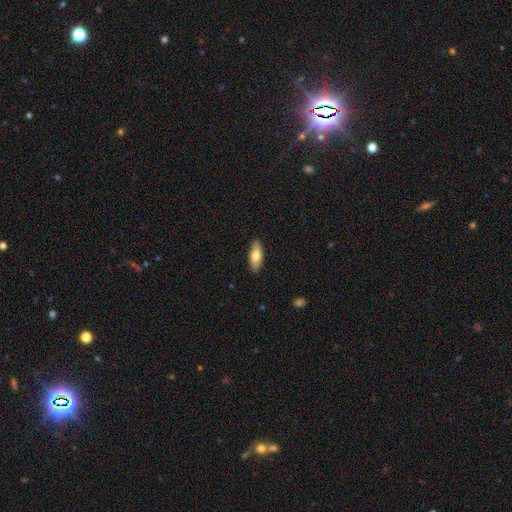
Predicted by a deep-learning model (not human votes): smooth 72%, featured or disk 22%, star or artifact 6%. Down the decision tree: how rounded — in between (67%); merging — none (90%).